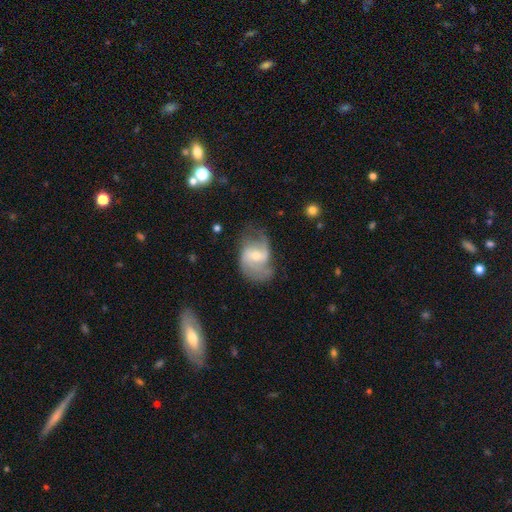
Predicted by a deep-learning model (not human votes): A featured or disk galaxy (79%) with a weak bar (52%), 2 (67%) medium (45%) spiral arms (92%) and a small central bulge (49%).

Vote fractions:
- Smooth or featured? featured or disk: 79% / smooth: 15% / star or artifact: 6%
- Edge-on disk? no: 97% / yes: 3%
- Bar? weak: 52% / no: 32% / strong: 16%
- Spiral arms? yes: 92% / no: 8%
- Spiral winding? medium: 45% / loose: 38% / tight: 17%
- Spiral arm count? 2: 67% / can't tell: 13% / 3: 10% / 1: 5% / 4: 2% / more than 4: 2%
- Bulge size? small: 49% / moderate: 46% / large: 3% / none: 2% / dominant: 1%
- Merging? none: 54% / minor disturbance: 26% / major disturbance: 18% / merger: 2%